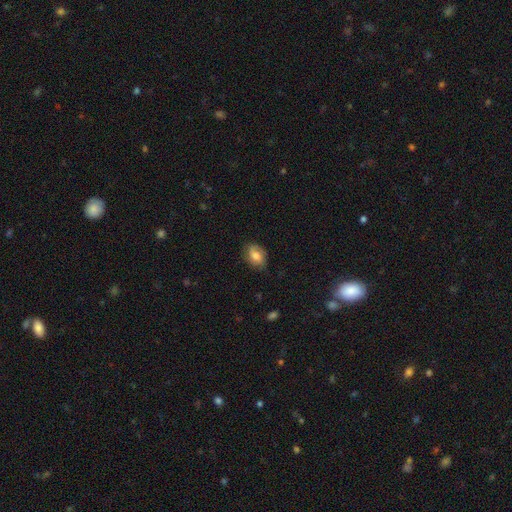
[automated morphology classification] type=smooth (74%); roundness=in between (74%); merging=none (73%).